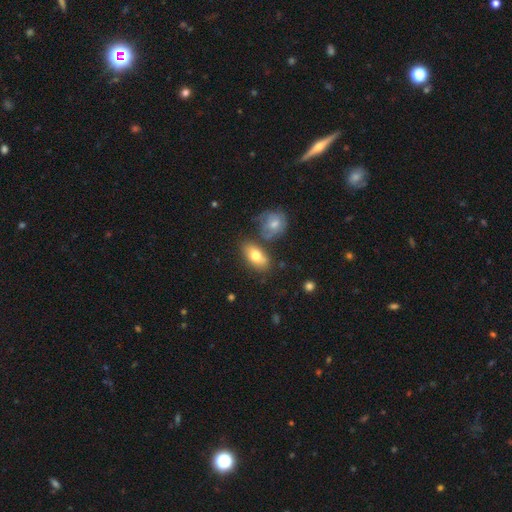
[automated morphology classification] A smooth galaxy with no disk features (74%) that is in between round and cigar-shaped (89%).

Vote fractions:
- Smooth or featured? smooth: 74% / featured or disk: 19% / star or artifact: 7%
- How rounded? in between: 89% / round: 6% / cigar-shaped: 5%
- Merging? none: 66% / minor disturbance: 15% / merger: 14% / major disturbance: 5%